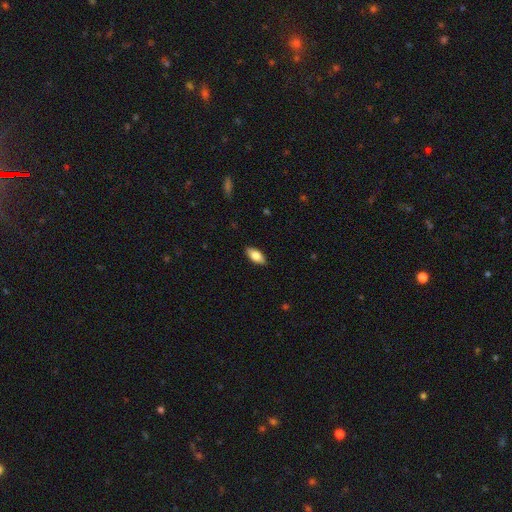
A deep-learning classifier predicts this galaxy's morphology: This is likely a smooth galaxy (77%). How rounded: clearly in between (88%). Merging: clearly none (89%).